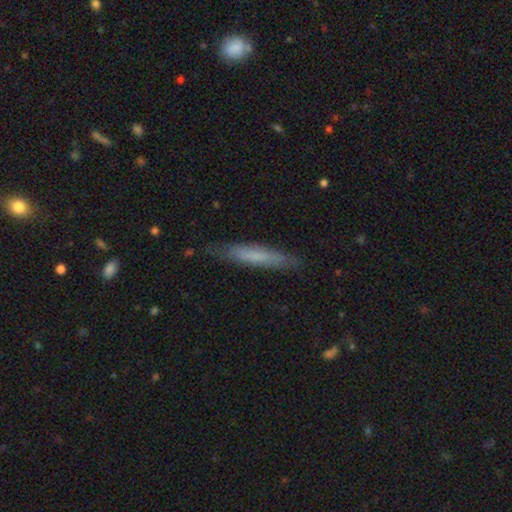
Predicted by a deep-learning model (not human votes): Morphology: type=smooth (64%); roundness=cigar-shaped (91%); merging=none (83%).